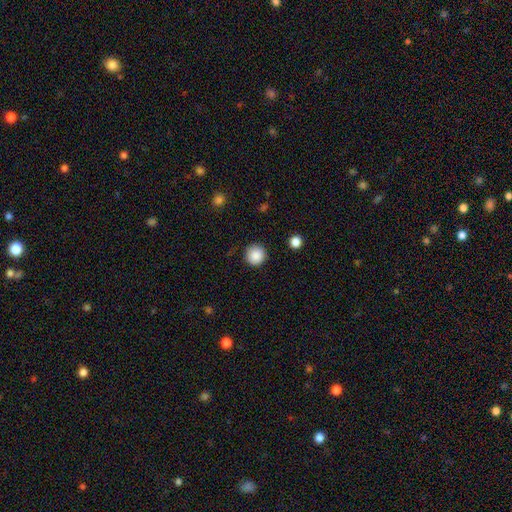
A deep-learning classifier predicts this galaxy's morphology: smooth-or-featured: smooth: 88% | star or artifact: 9% | featured or disk: 3%
  how-rounded: round: 96% | in between: 3% | cigar-shaped: 1%
  merging: none: 91% | minor disturbance: 6% | major disturbance: 2% | merger: 1%